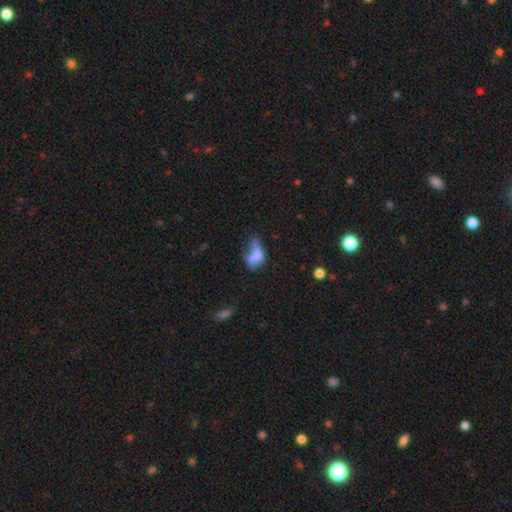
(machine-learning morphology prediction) This is possibly a smooth galaxy (56%). How rounded: likely in between (76%). Merging: marginally major disturbance (35%).